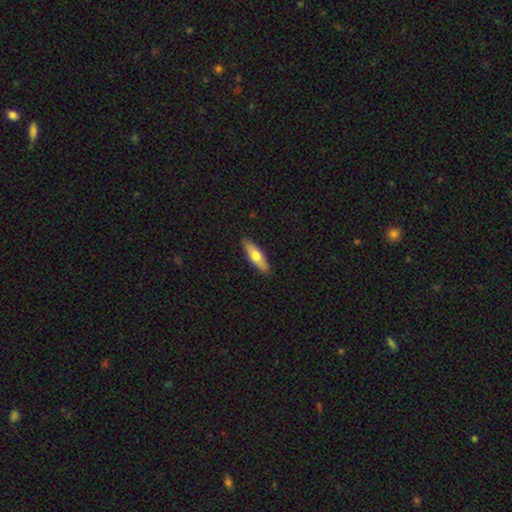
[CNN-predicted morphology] smooth 62%, featured or disk 33%, star or artifact 5%. Down the decision tree: how rounded — cigar-shaped (53%); merging — none (90%).